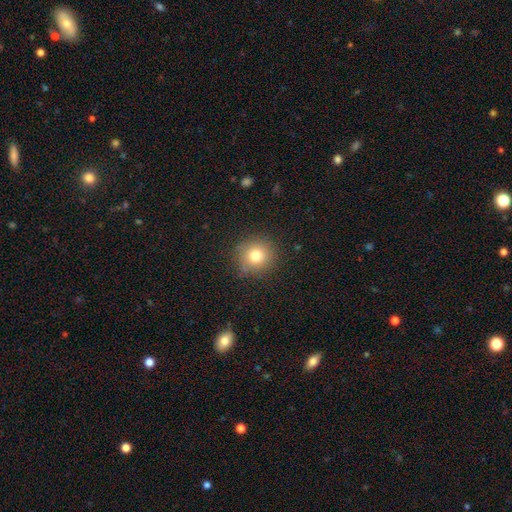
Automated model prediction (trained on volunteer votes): This appears to be a smooth galaxy with no disk features (78%) that is round (92%). Merging: none (85%).